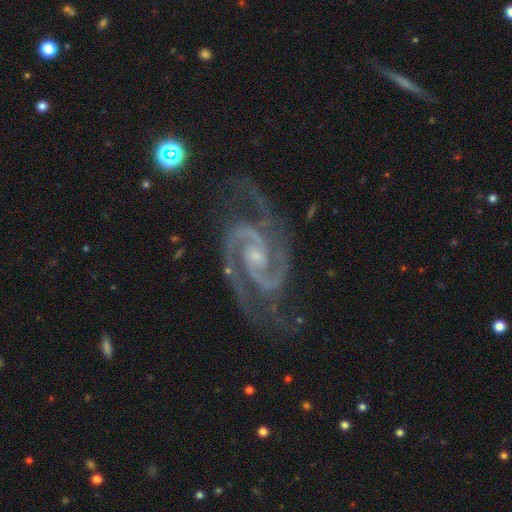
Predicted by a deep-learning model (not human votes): This appears to be a featured or disk galaxy (94%) with no bar (46%), 2 (92%) medium (55%) spiral arms (99%) and a small central bulge (71%). Merging: none (75%).